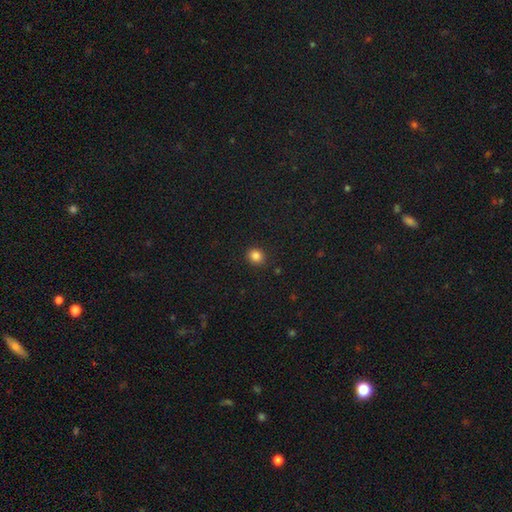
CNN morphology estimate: The model was most divided on "how rounded": round: 68%, in between: 31%, cigar-shaped: 1%. More confident: merging — none (90%); smooth or featured — smooth (84%).